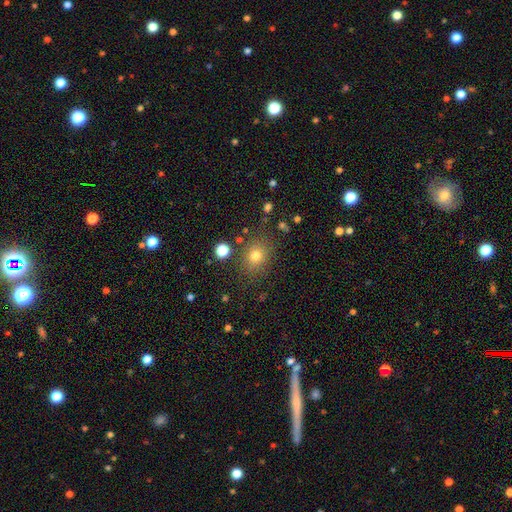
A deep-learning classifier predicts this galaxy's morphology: The model was most divided on "how rounded": round: 64%, in between: 35%, cigar-shaped: 1%. More confident: merging — none (80%); smooth or featured — smooth (76%).